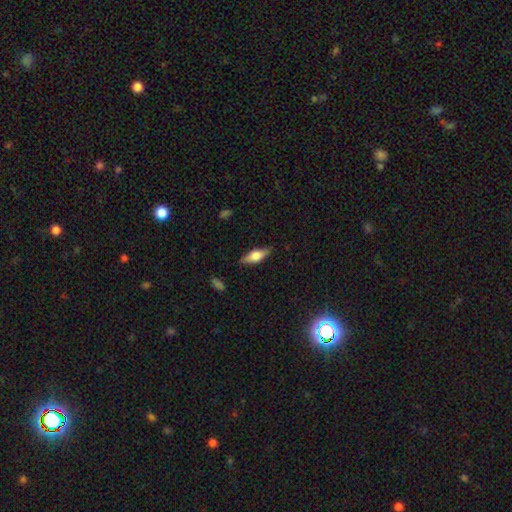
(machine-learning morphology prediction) This appears to be a smooth galaxy with no disk features (55%) that is in between round and cigar-shaped (62%). Merging: none (85%).